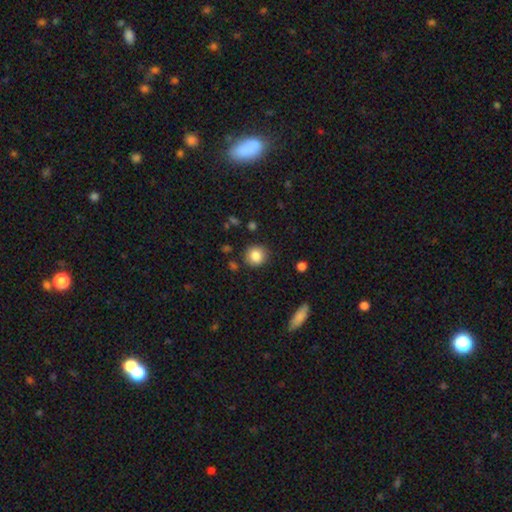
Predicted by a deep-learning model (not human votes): This appears to be a smooth galaxy with no disk features (84%) that is round (89%). Merging: none (86%).